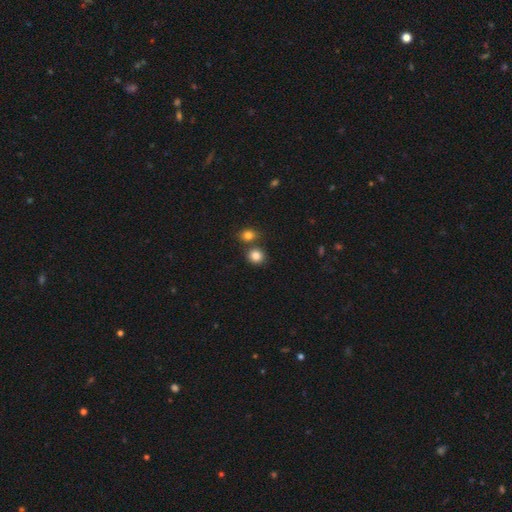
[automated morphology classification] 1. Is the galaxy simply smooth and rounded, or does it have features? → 83% smooth, 11% star or artifact, 6% featured or disk.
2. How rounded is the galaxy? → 80% round, 19% in between, 1% cigar-shaped.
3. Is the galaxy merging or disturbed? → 69% none, 20% merger, 8% minor disturbance, 3% major disturbance.